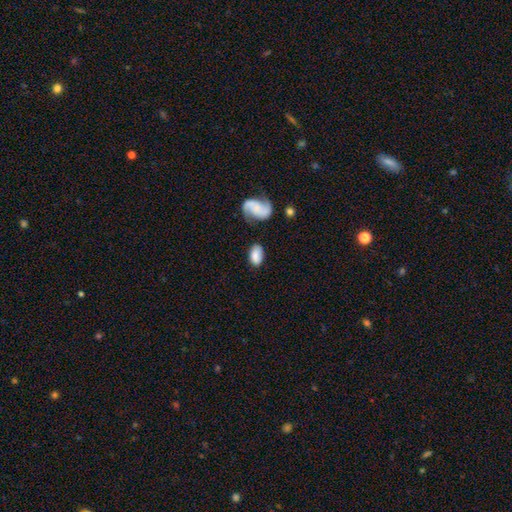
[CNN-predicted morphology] This appears to be a smooth galaxy with no disk features (74%) that is in between round and cigar-shaped (91%). Merging: none (66%).